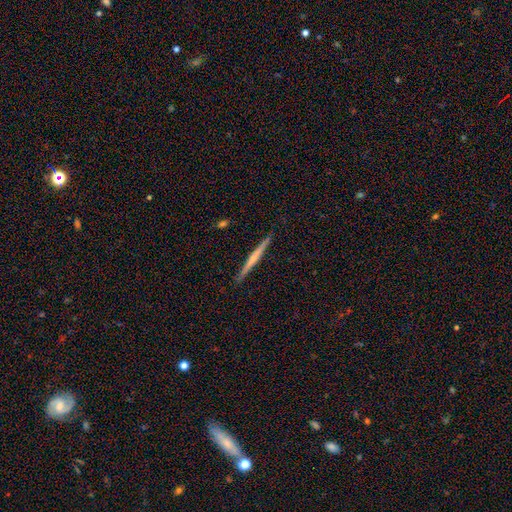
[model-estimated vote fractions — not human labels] A featured or disk galaxy (63%) viewed edge-on (98%) with no central bulge (54%). Merging: none (92%).